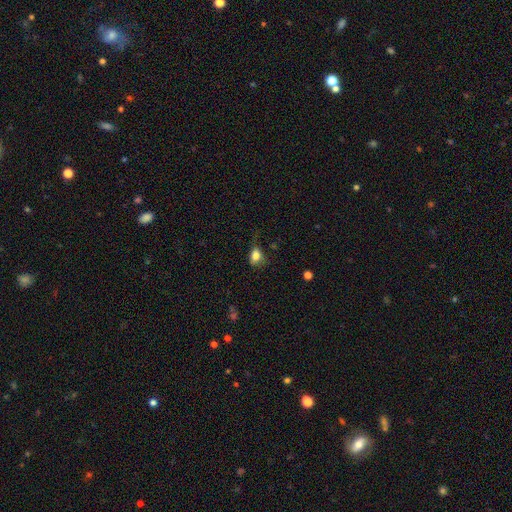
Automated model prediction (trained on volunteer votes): This appears to be a smooth galaxy with no disk features (82%) that is in between round and cigar-shaped (64%). Merging: none (49%).